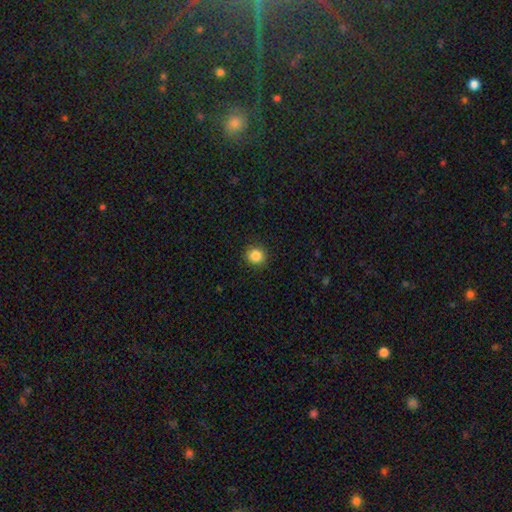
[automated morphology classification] smooth 86%, star or artifact 10%, featured or disk 4%. Down the decision tree: how rounded — round (91%); merging — none (91%).